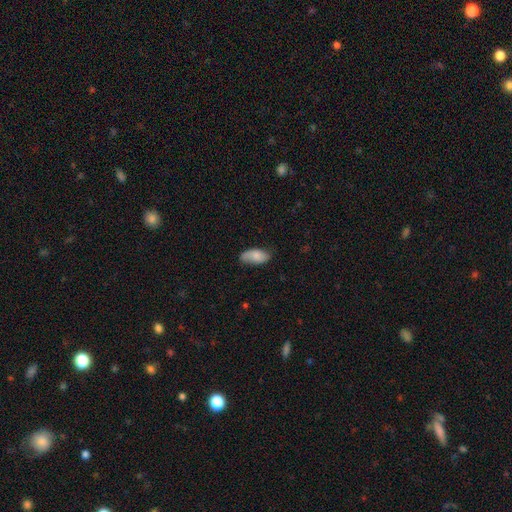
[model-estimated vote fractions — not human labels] A smooth galaxy with no disk features (74%) that is in between round and cigar-shaped (91%). Merging: none (69%).